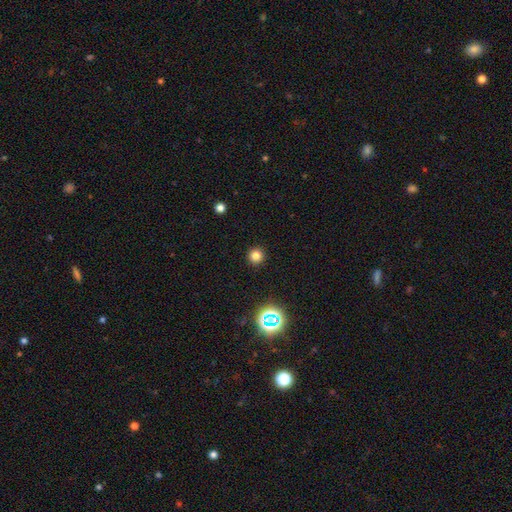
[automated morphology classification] A smooth galaxy with no disk features (78%) that is round (95%).

Vote fractions:
- Smooth or featured? smooth: 78% / star or artifact: 17% / featured or disk: 5%
- How rounded? round: 95% / in between: 4% / cigar-shaped: 1%
- Merging? none: 92% / minor disturbance: 5% / major disturbance: 2% / merger: 1%